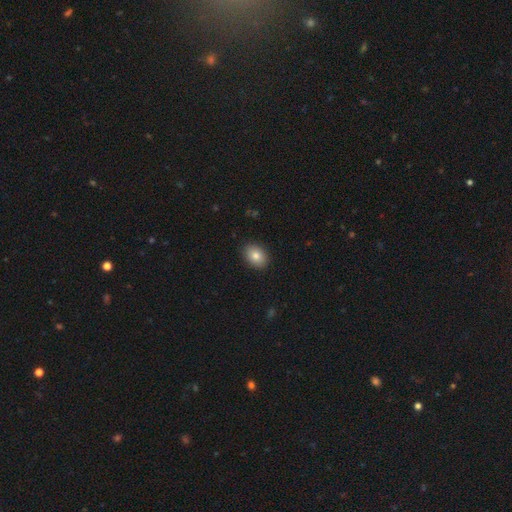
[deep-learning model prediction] A smooth galaxy with no disk features (83%) that is in between round and cigar-shaped (72%). Merging: none (89%).